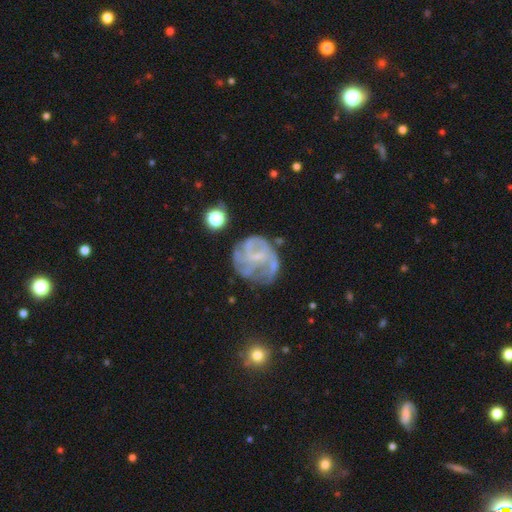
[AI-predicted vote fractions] Smooth or featured? featured or disk (73%)
Edge-on disk? no (98%)
Bar? no (54%)
Spiral arms? yes (76%)
Spiral winding? medium (40%)
Spiral arm count? can't tell (40%)
Bulge size? small (56%)
Merging? none (50%)